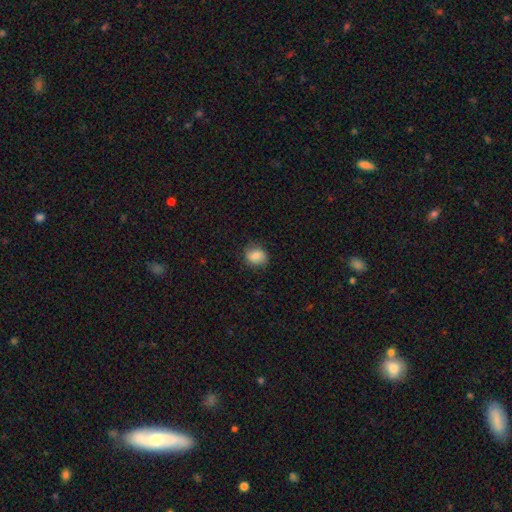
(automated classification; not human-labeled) Overall: smooth (79%). How rounded: round (63%; in between 36%). Merging: none (81%).